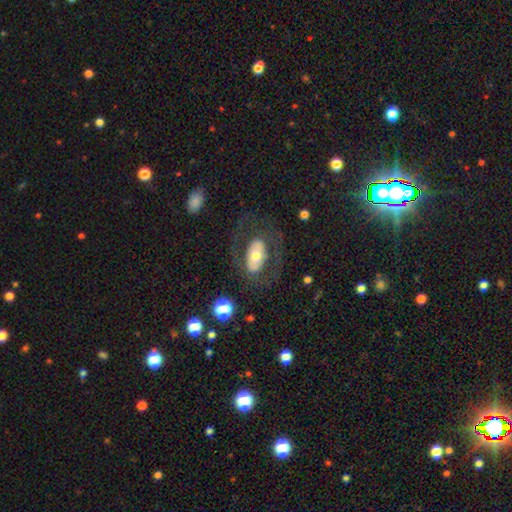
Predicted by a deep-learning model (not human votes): Smooth or featured: featured or disk — 52% (smooth — 41%)
Edge-on disk: no — 91% (yes — 9%)
Merging: none — 67% (major disturbance — 18%)